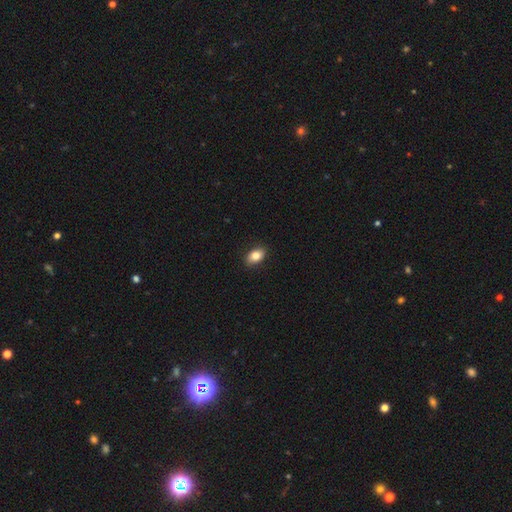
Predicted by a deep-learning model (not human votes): smooth-or-featured: smooth: 83% | featured or disk: 9% | star or artifact: 8%
  how-rounded: in between: 86% | round: 12% | cigar-shaped: 2%
  merging: none: 88% | minor disturbance: 9% | major disturbance: 2% | merger: 1%